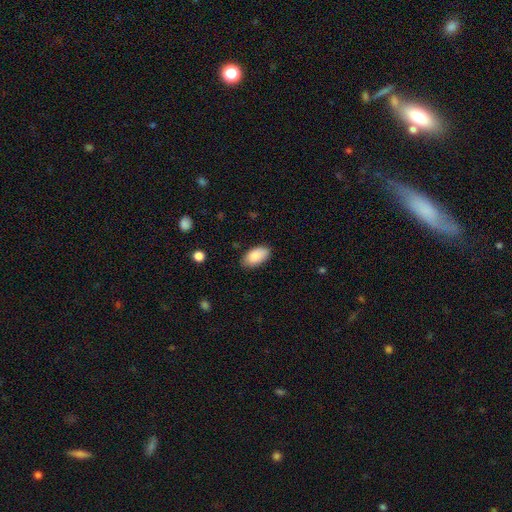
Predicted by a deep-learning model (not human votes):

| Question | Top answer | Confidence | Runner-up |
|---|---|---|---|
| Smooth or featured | smooth | 88% | star or artifact (7%) |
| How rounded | in between | 95% | round (3%) |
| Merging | none | 82% | minor disturbance (15%) |